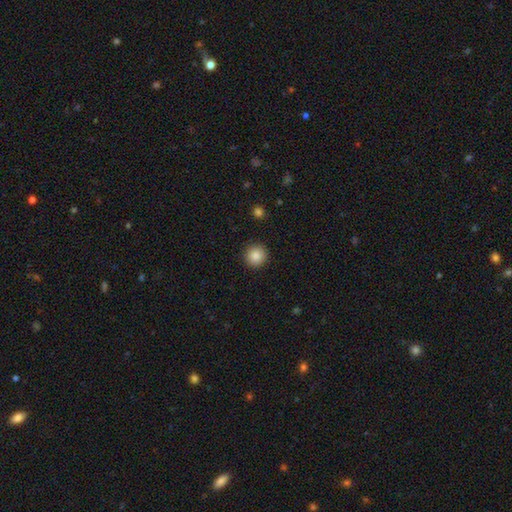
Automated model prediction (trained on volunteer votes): Smooth or featured? smooth (87%)
How rounded? round (95%)
Merging? none (92%)